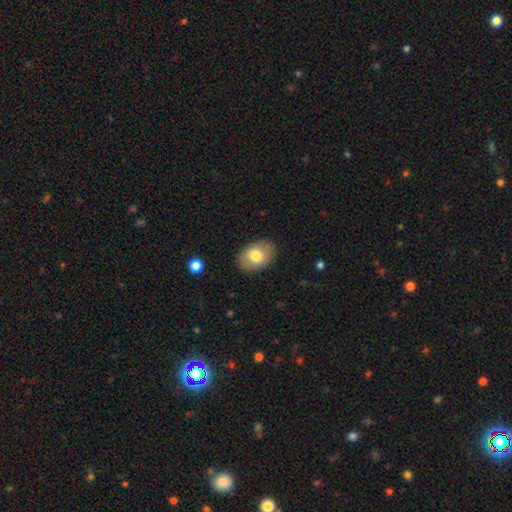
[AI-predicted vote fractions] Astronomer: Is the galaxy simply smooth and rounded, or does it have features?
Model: smooth — 71%.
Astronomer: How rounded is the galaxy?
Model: in between — 83%.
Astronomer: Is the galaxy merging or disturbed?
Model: none — 86%.